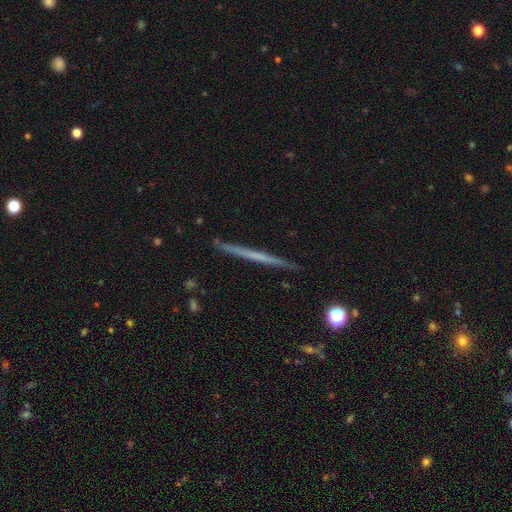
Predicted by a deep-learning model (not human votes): smooth-or-featured: featured or disk: 55% | smooth: 38% | star or artifact: 6%
  disk-edge-on: yes: 98% | no: 2%
    edge-on-bulge: none: 91% | rounded: 6% | boxy: 3%
  merging: none: 91% | minor disturbance: 6% | major disturbance: 1% | merger: 1%